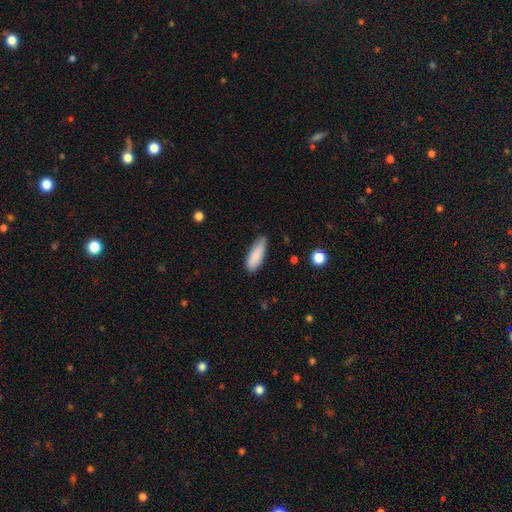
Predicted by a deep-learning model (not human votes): smooth-or-featured: smooth: 86% | featured or disk: 7% | star or artifact: 7%
  how-rounded: in between: 63% | cigar-shaped: 36% | round: 2%
  merging: none: 67% | minor disturbance: 27% | major disturbance: 4% | merger: 2%